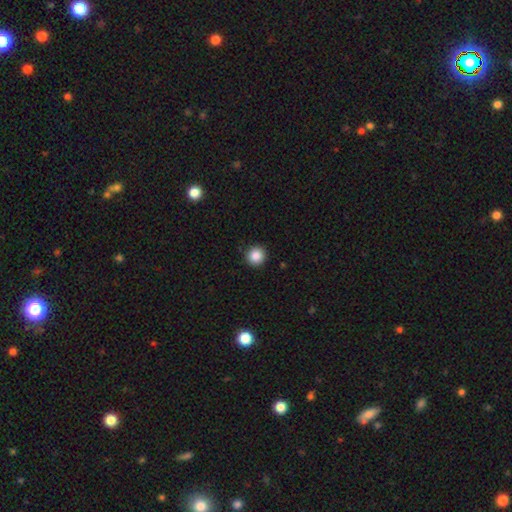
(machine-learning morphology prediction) smooth 87%, star or artifact 10%, featured or disk 4%. Down the decision tree: how rounded — round (95%); merging — none (92%).